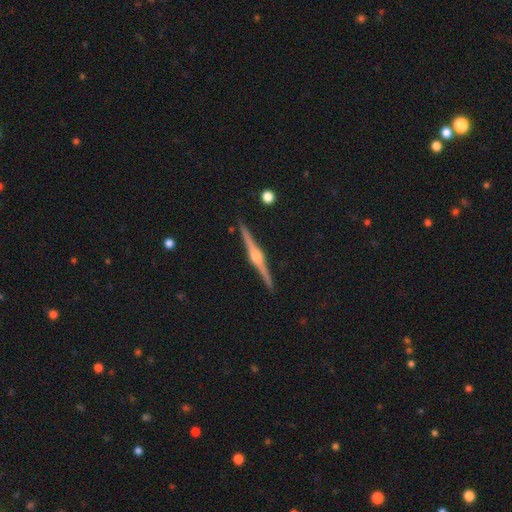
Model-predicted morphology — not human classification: type=featured or disk (87%); edge-on=yes (99%); edge-on bulge=rounded (90%); merging=none (92%).